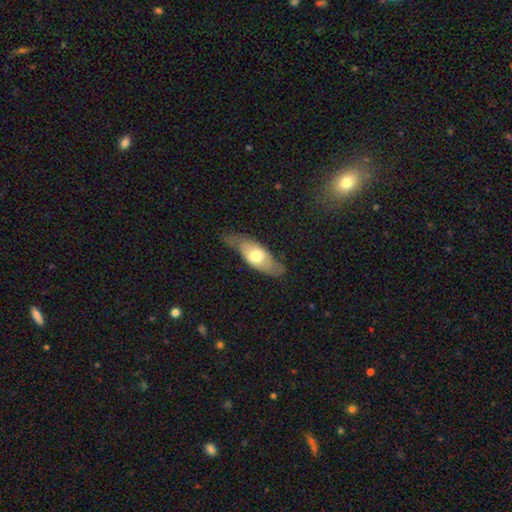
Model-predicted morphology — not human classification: Smooth or featured?
  - smooth: 52% *
  - featured or disk: 42%
  - star or artifact: 6%
How rounded?
  - in between: 74% *
  - cigar-shaped: 23%
  - round: 3%
Merging?
  - none: 58% *
  - minor disturbance: 29%
  - major disturbance: 11%
  - merger: 2%